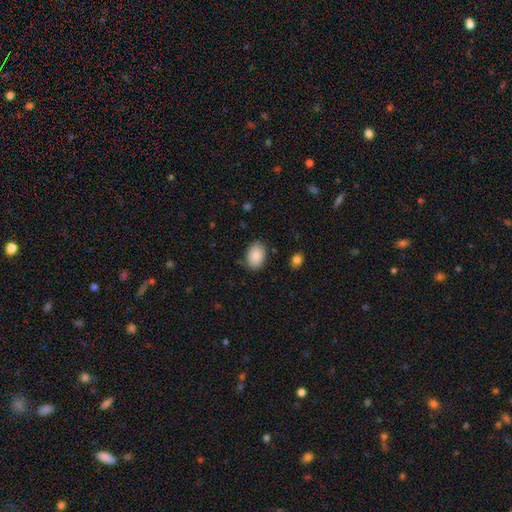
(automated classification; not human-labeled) Smooth or featured? Predicted: smooth (p=0.89). How rounded? Predicted: in between (p=0.83). Merging? Predicted: none (p=0.83).